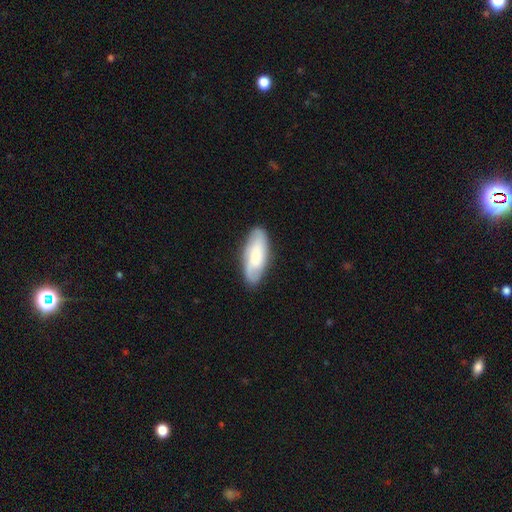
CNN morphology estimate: Smooth or featured? Predicted: smooth (p=0.51). How rounded? Predicted: in between (p=0.71). Merging? Predicted: none (p=0.84).